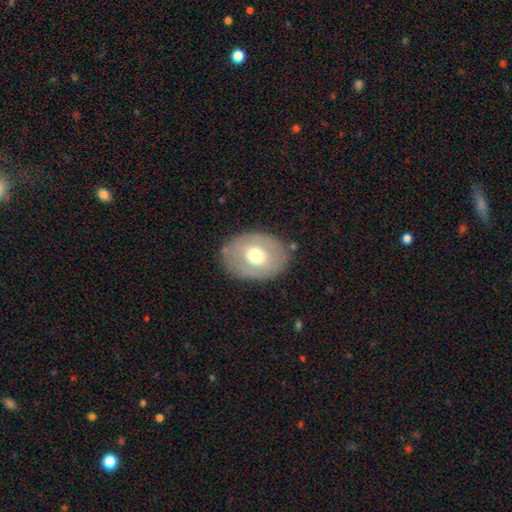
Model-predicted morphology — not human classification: A smooth galaxy with no disk features (54%) that is in between round and cigar-shaped (68%).

Vote fractions:
- Smooth or featured? smooth: 54% / featured or disk: 39% / star or artifact: 7%
- How rounded? in between: 68% / round: 31% / cigar-shaped: 1%
- Merging? none: 80% / minor disturbance: 13% / major disturbance: 5% / merger: 2%